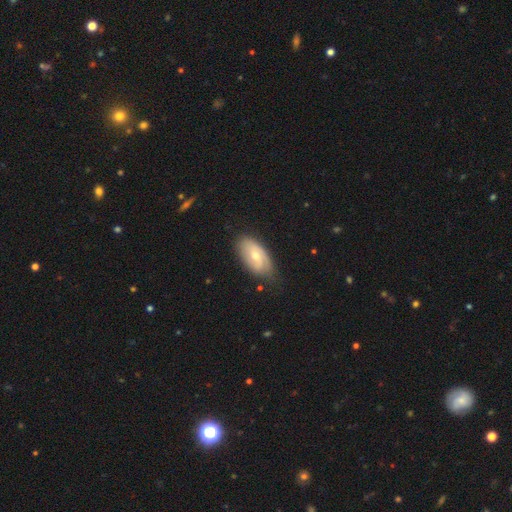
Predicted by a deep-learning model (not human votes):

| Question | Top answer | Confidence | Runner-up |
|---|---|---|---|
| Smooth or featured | featured or disk | 48% | smooth (46%) |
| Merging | none | 72% | minor disturbance (22%) |